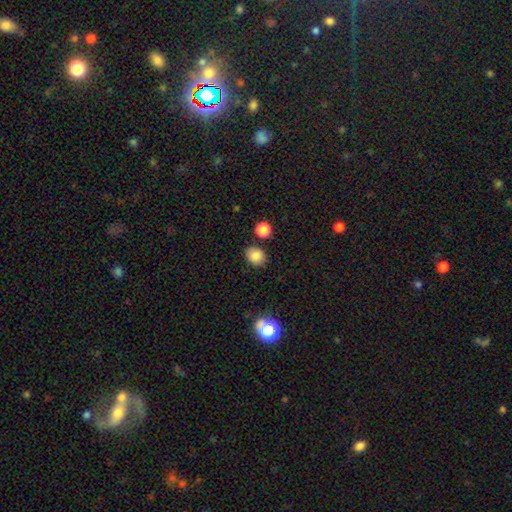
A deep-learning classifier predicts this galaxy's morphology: Smooth or featured?
  - smooth: 84% *
  - star or artifact: 11%
  - featured or disk: 5%
How rounded?
  - round: 64% *
  - in between: 35%
  - cigar-shaped: 1%
Merging?
  - none: 82% *
  - minor disturbance: 10%
  - merger: 5%
  - major disturbance: 3%